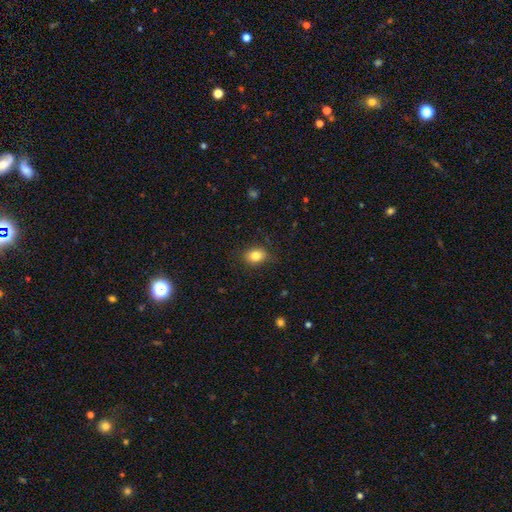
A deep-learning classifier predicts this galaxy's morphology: smooth 84%, star or artifact 10%, featured or disk 7%. Down the decision tree: how rounded — in between (59%); merging — none (83%).